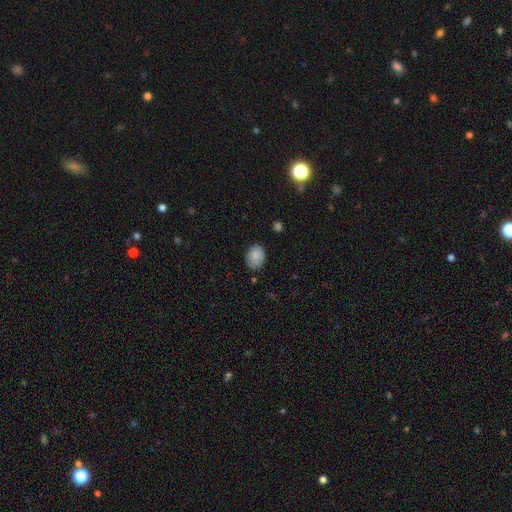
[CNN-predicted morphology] Smooth or featured?
  - smooth: 84% *
  - featured or disk: 8%
  - star or artifact: 7%
How rounded?
  - in between: 65% *
  - round: 34%
  - cigar-shaped: 1%
Merging?
  - none: 78% *
  - minor disturbance: 17%
  - major disturbance: 3%
  - merger: 2%